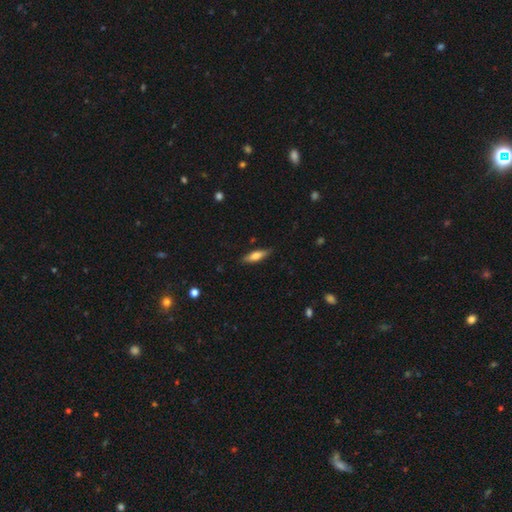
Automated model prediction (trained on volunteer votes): Q: Smooth or featured?
A: smooth (63%); runner-up: featured or disk (31%)
Q: How rounded?
A: cigar-shaped (60%); runner-up: in between (38%)
Q: Merging?
A: none (86%); runner-up: minor disturbance (11%)